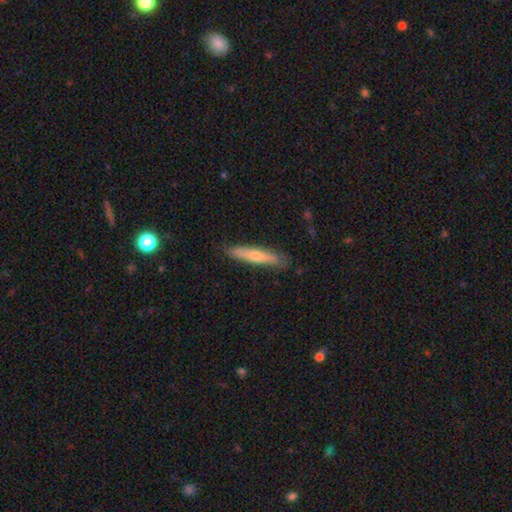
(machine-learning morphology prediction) A smooth galaxy with no disk features (56%) that is cigar-shaped (89%). Merging: none (84%).